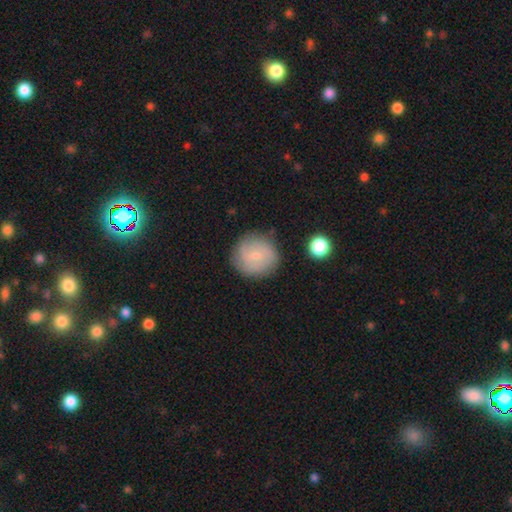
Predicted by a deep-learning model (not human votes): Overall: smooth (59%; featured or disk 33%). How rounded: round (93%). Merging: none (83%).